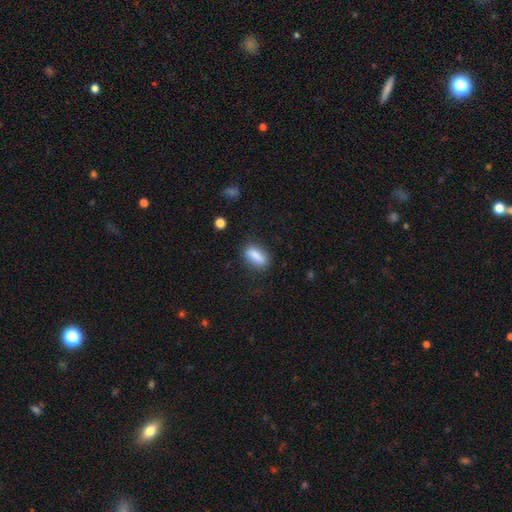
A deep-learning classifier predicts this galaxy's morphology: type=smooth (85%); roundness=in between (76%); merging=none (80%).